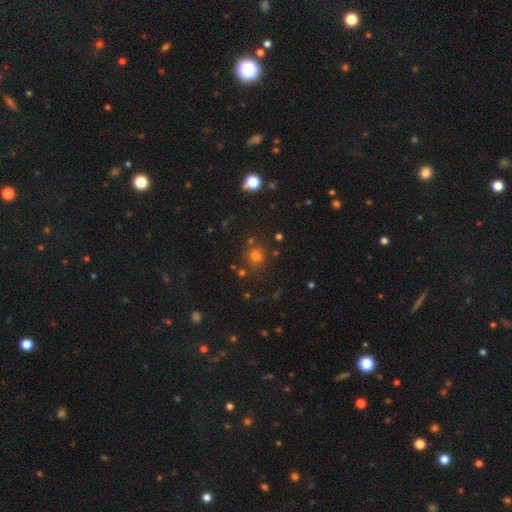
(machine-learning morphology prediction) Smooth or featured? Predicted: smooth (p=0.73). How rounded? Predicted: round (p=0.86). Merging? Predicted: none (p=0.78).